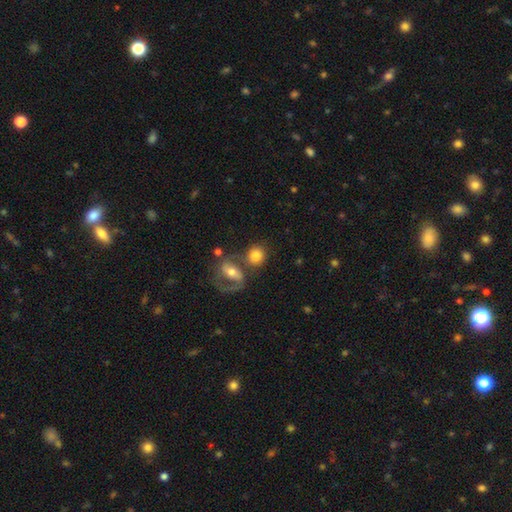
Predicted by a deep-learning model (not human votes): Smooth or featured: smooth — 69% (featured or disk — 23%)
How rounded: round — 78% (in between — 20%)
Merging: none — 51% (merger — 30%)